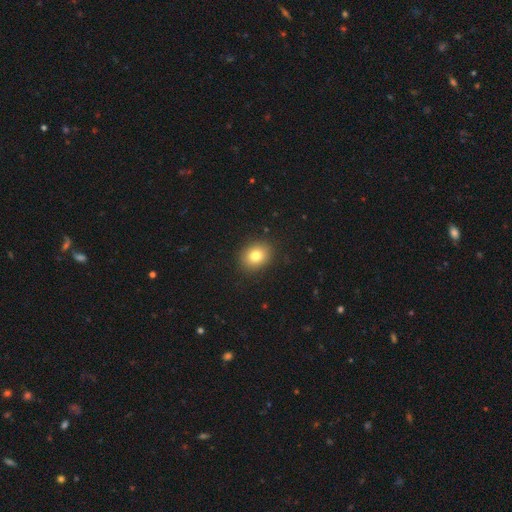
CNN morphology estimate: smooth 81%, star or artifact 10%, featured or disk 9%. Down the decision tree: how rounded — round (54%); merging — none (89%).